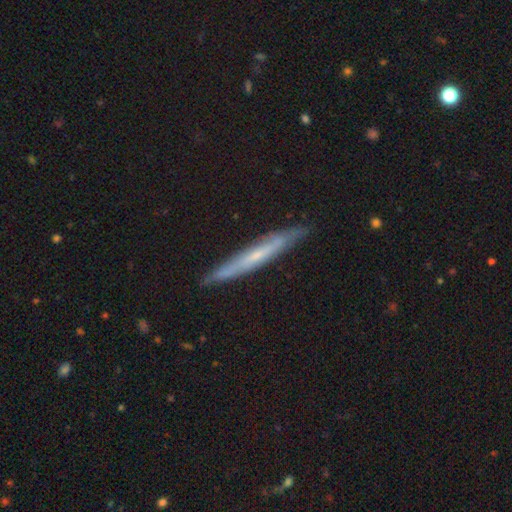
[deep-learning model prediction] Smooth or featured? Predicted: featured or disk (p=0.59). Edge-on disk? Predicted: yes (p=0.88). Edge-on bulge? Predicted: none (p=0.59). Merging? Predicted: none (p=0.85).